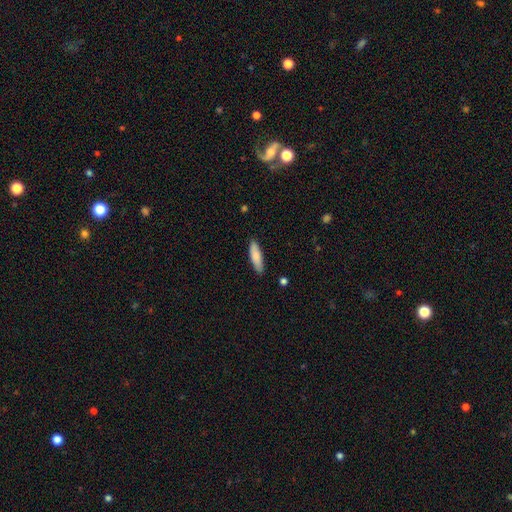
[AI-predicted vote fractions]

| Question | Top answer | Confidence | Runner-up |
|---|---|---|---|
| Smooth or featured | smooth | 83% | featured or disk (11%) |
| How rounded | cigar-shaped | 58% | in between (40%) |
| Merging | none | 86% | minor disturbance (11%) |